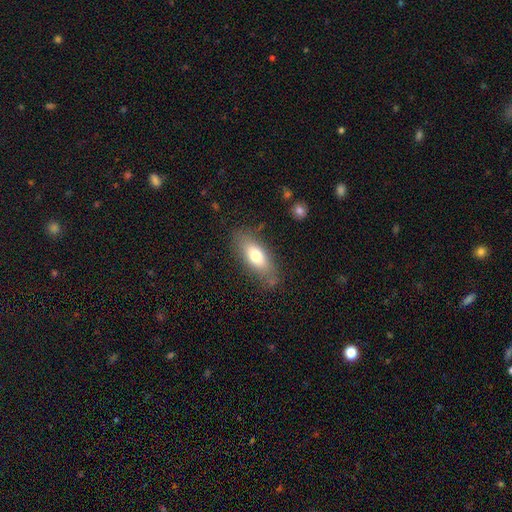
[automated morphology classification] type=smooth (71%); roundness=in between (75%); merging=none (76%).